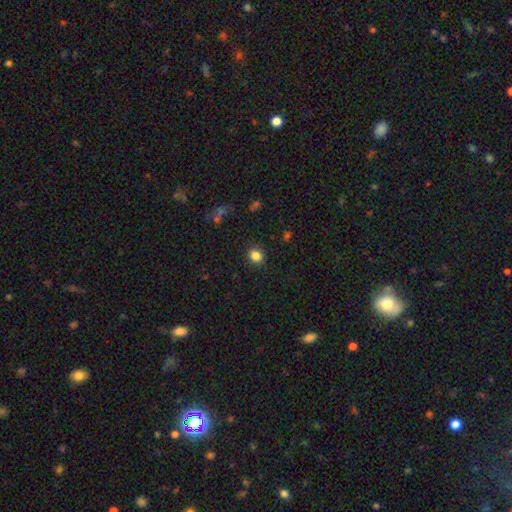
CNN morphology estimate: A smooth galaxy with no disk features (85%) that is round (54%). Merging: none (88%).